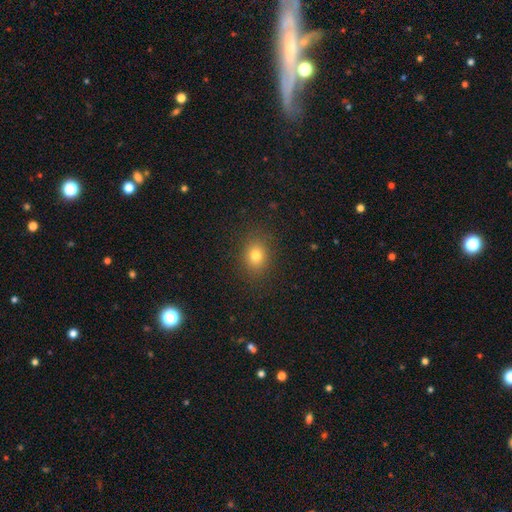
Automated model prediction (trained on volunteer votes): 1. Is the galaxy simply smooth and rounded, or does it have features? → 78% smooth, 14% star or artifact, 8% featured or disk.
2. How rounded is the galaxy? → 55% round, 44% in between, 1% cigar-shaped.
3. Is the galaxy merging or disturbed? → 88% none, 8% minor disturbance, 3% major disturbance, 1% merger.